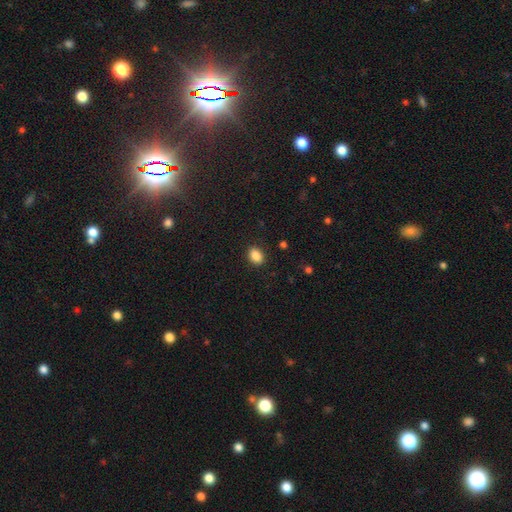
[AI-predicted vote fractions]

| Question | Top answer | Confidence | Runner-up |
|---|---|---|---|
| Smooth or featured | smooth | 88% | star or artifact (9%) |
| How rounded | in between | 76% | round (23%) |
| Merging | none | 89% | minor disturbance (8%) |